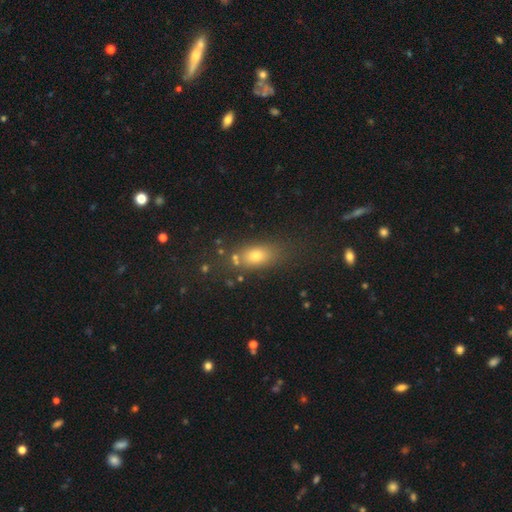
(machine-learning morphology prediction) Overall: smooth (71%). How rounded: in between (71%). Merging: none (67%).